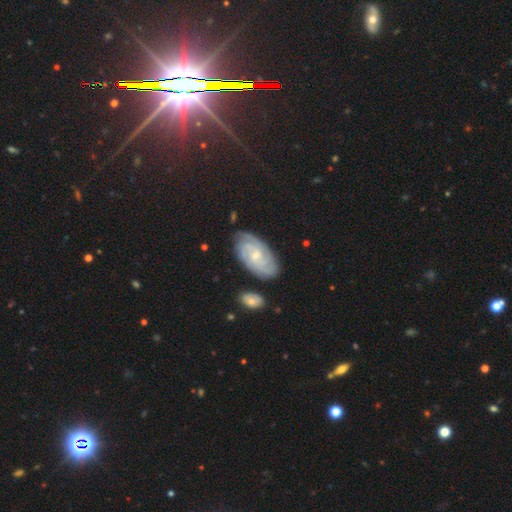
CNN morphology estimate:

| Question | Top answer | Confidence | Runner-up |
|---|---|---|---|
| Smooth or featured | featured or disk | 79% | smooth (14%) |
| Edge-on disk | no | 96% | yes (4%) |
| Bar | no | 65% | weak (30%) |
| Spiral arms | yes | 96% | no (4%) |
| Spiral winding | tight | 73% | medium (22%) |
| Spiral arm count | can't tell | 32% | 3 (21%) |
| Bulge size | small | 63% | moderate (32%) |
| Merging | none | 78% | minor disturbance (15%) |